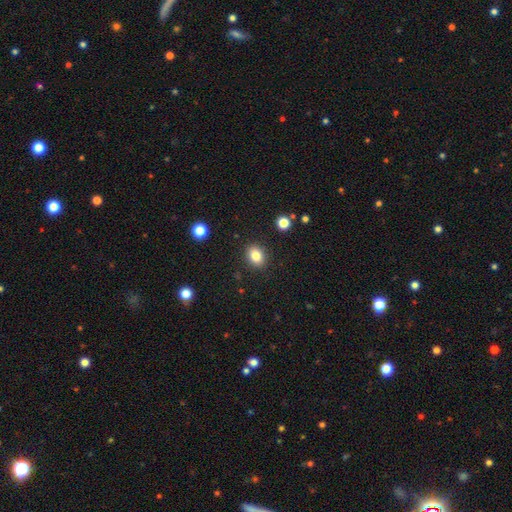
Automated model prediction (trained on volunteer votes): This is clearly a smooth galaxy (83%). How rounded: possibly in between (54%). Merging: clearly none (89%).